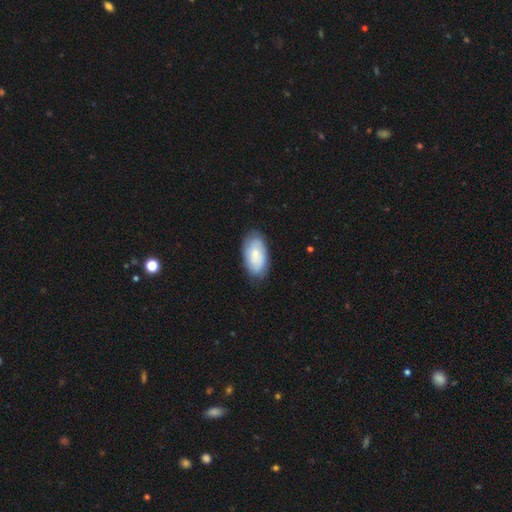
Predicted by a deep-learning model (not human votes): Smooth or featured? Predicted: smooth (p=0.62). How rounded? Predicted: in between (p=0.94). Merging? Predicted: none (p=0.80).